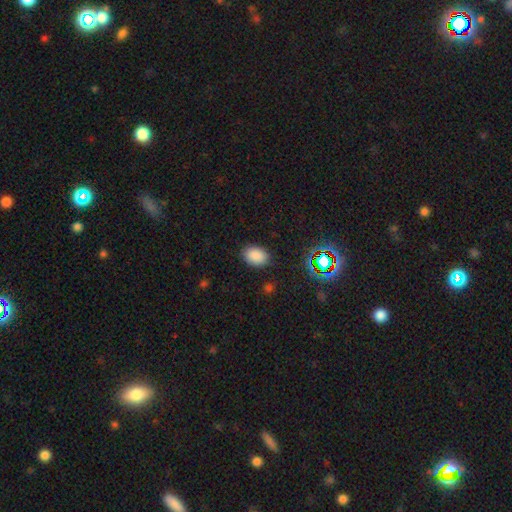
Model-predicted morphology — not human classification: This appears to be a smooth galaxy with no disk features (86%) that is in between round and cigar-shaped (79%). Merging: none (86%).